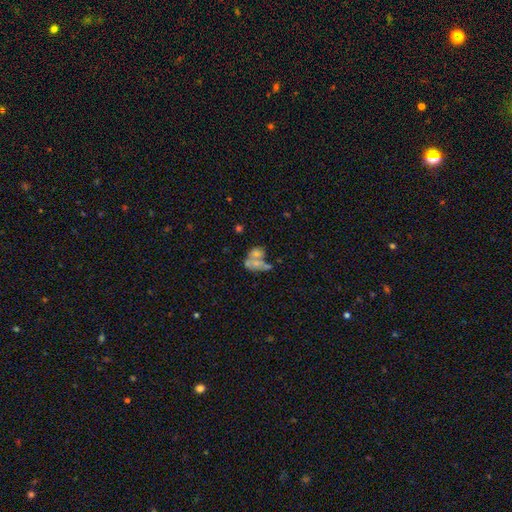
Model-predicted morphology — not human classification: smooth-or-featured: smooth: 51% | featured or disk: 36% | star or artifact: 13%
  how-rounded: in between: 75% | round: 22% | cigar-shaped: 3%
  merging: merger: 60% | none: 18% | major disturbance: 13% | minor disturbance: 10%